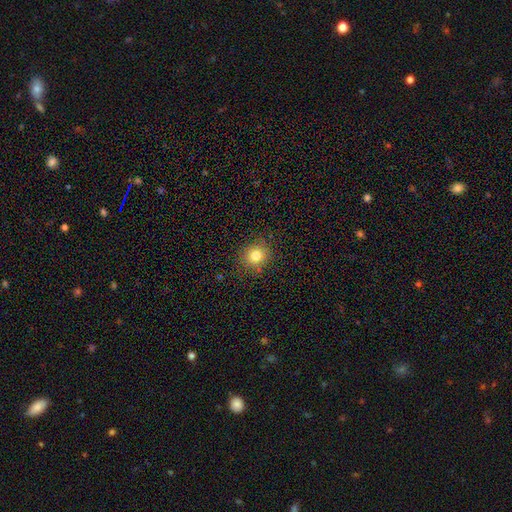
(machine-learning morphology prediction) This appears to be a smooth galaxy with no disk features (81%) that is round (87%). Merging: none (87%).